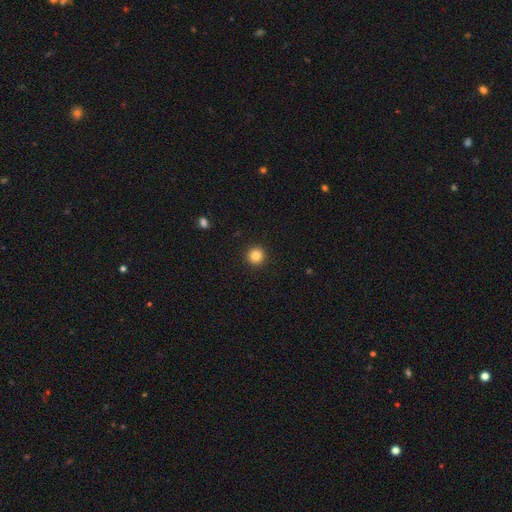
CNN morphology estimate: smooth_or_featured: smooth (p=0.85) [alt: star or artifact p=0.11]
how_rounded: round (p=0.95) [alt: in between p=0.04]
merging: none (p=0.93) [alt: minor disturbance p=0.04]